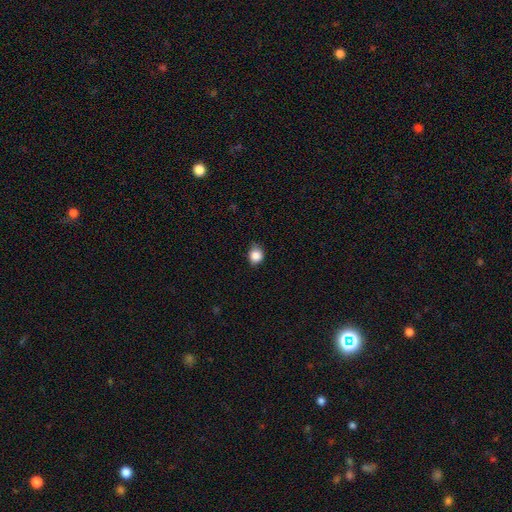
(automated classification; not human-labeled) A smooth galaxy with no disk features (86%) that is round (73%). Merging: none (69%).